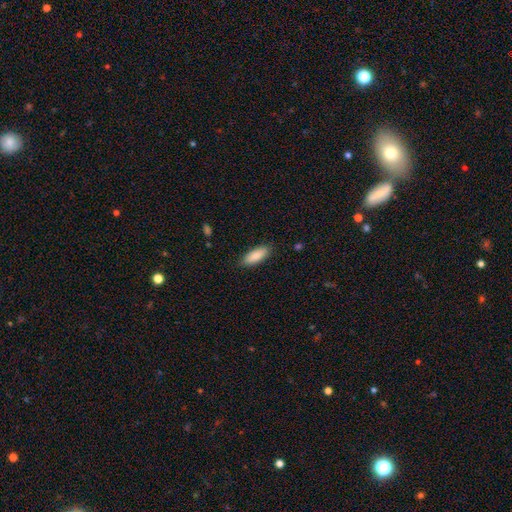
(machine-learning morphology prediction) Overall: smooth (87%). How rounded: in between (71%). Merging: none (86%).